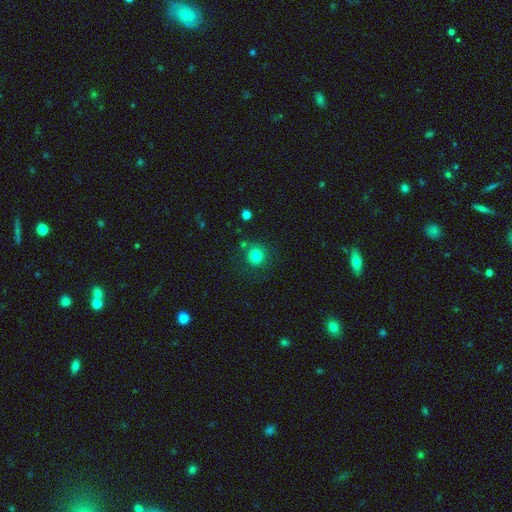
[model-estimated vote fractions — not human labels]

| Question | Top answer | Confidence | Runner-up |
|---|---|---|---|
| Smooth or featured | smooth | 82% | star or artifact (12%) |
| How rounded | round | 91% | in between (8%) |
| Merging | none | 80% | minor disturbance (10%) |